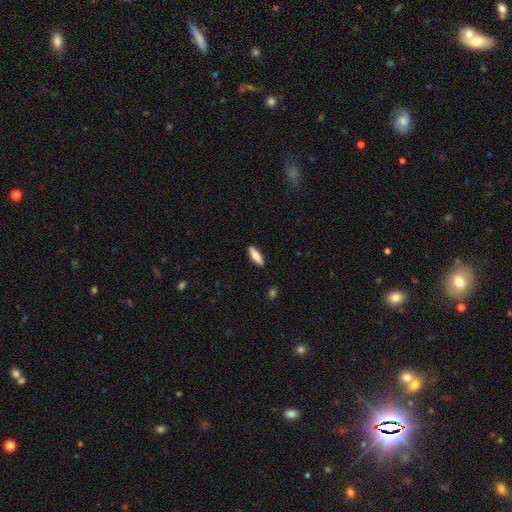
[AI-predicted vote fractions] This appears to be a smooth galaxy with no disk features (80%) that is cigar-shaped (54%). Merging: none (89%).